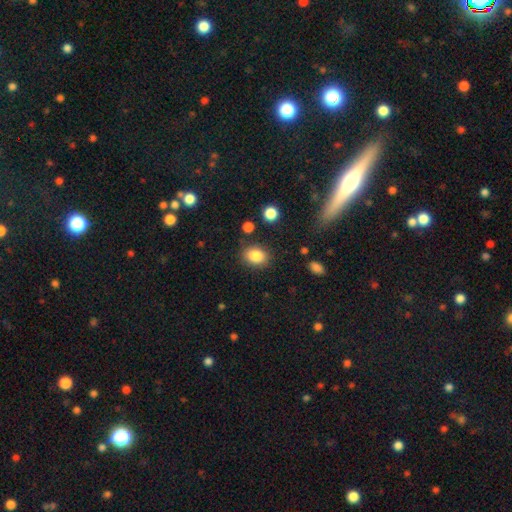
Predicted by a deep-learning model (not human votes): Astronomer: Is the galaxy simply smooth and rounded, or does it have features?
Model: smooth — 84%.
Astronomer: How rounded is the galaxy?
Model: in between — 56% (runner-up: round, 43%).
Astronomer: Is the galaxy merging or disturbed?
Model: none — 82%.